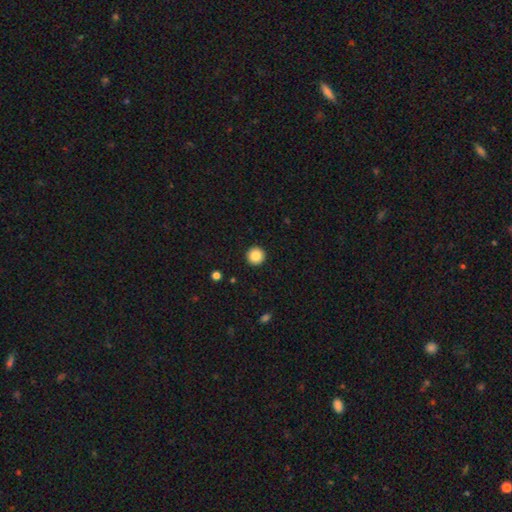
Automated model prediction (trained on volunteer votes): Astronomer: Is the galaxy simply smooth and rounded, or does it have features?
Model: smooth — 86%.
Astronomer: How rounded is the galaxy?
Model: round — 96%.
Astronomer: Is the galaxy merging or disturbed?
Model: none — 94%.